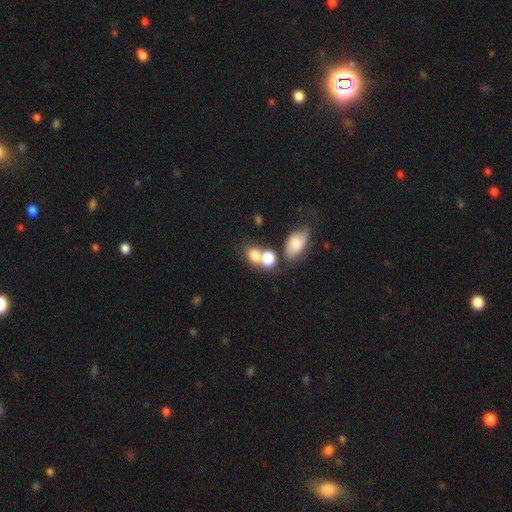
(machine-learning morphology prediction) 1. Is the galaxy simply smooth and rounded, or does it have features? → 76% smooth, 13% featured or disk, 12% star or artifact.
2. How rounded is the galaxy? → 57% in between, 42% round, 2% cigar-shaped.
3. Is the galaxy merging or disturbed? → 49% merger, 35% none, 10% minor disturbance, 6% major disturbance.